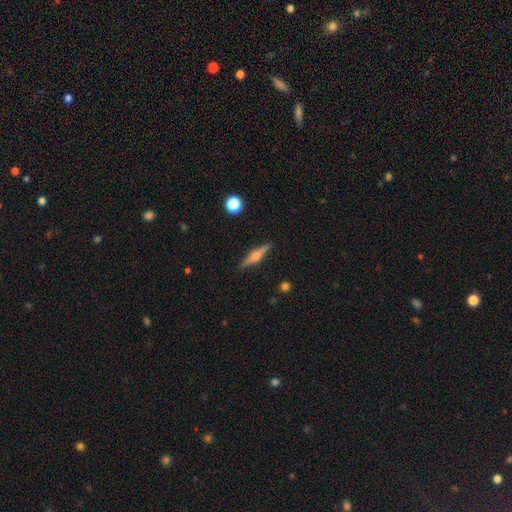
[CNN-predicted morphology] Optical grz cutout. It shows a featured or disk galaxy (68%) viewed edge-on (97%) with a rounded central bulge (88%). Merging: none (89%).